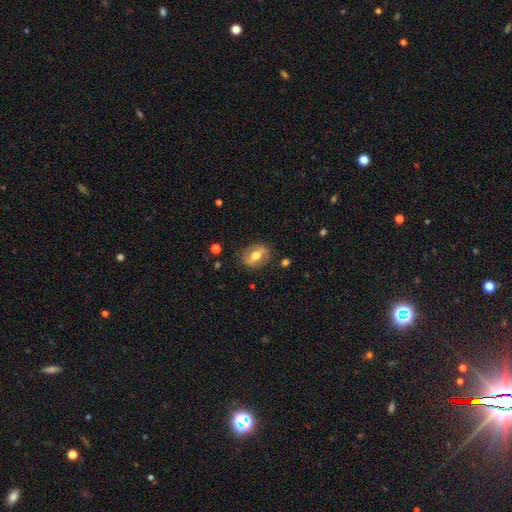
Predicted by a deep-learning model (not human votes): Q: Smooth or featured?
A: featured or disk (54%); runner-up: smooth (39%)
Q: Edge-on disk?
A: no (85%); runner-up: yes (15%)
Q: Merging?
A: none (80%); runner-up: minor disturbance (13%)